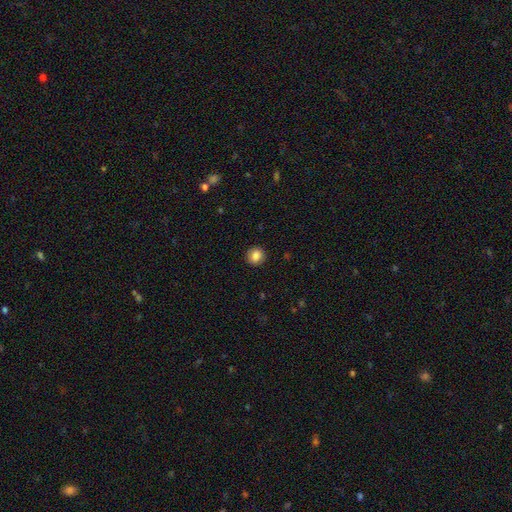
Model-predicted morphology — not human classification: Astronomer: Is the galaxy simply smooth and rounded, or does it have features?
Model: smooth — 85%.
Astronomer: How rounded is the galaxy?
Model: round — 87%.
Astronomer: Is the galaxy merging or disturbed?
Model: none — 91%.